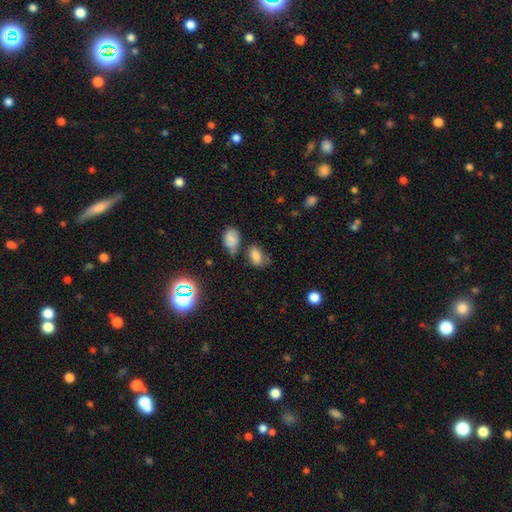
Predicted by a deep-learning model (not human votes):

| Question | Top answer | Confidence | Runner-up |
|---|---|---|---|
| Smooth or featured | smooth | 74% | star or artifact (16%) |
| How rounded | in between | 84% | round (14%) |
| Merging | none | 48% | minor disturbance (25%) |